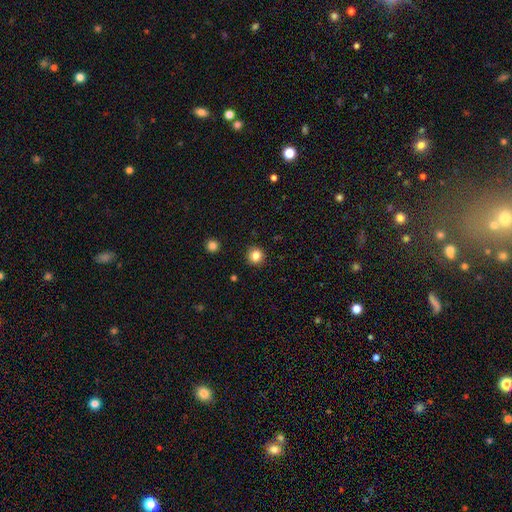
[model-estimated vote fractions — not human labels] A smooth galaxy with no disk features (83%) that is round (92%).

Vote fractions:
- Smooth or featured? smooth: 83% / star or artifact: 12% / featured or disk: 5%
- How rounded? round: 92% / in between: 7% / cigar-shaped: 1%
- Merging? none: 92% / minor disturbance: 5% / major disturbance: 2% / merger: 1%